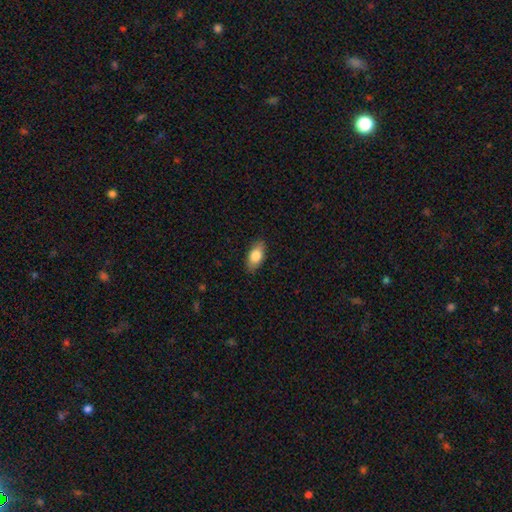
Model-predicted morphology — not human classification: smooth-or-featured: smooth: 79% | featured or disk: 14% | star or artifact: 7%
  how-rounded: in between: 88% | cigar-shaped: 7% | round: 5%
  merging: none: 87% | minor disturbance: 10% | major disturbance: 2% | merger: 1%